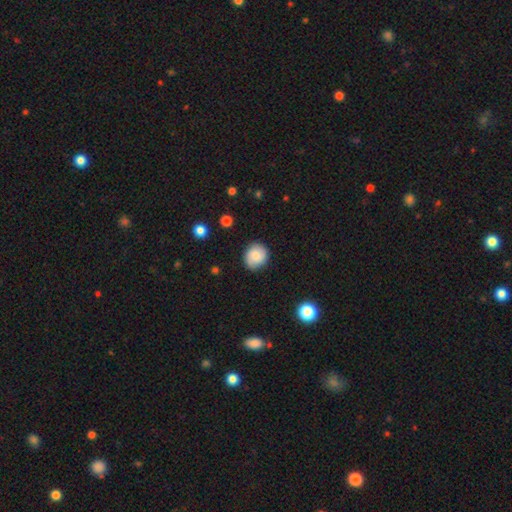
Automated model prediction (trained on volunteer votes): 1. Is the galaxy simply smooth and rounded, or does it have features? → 73% smooth, 19% featured or disk, 8% star or artifact.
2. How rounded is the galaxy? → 82% round, 17% in between, 1% cigar-shaped.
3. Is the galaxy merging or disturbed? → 83% none, 13% minor disturbance, 3% major disturbance, 1% merger.